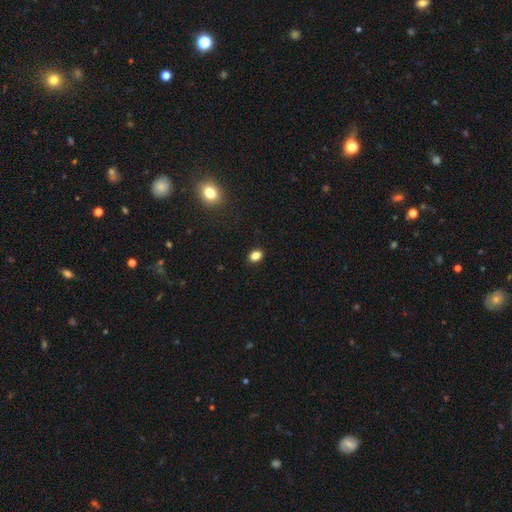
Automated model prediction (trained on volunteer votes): Smooth or featured? Predicted: smooth (p=0.83). How rounded? Predicted: in between (p=0.68). Merging? Predicted: none (p=0.88).